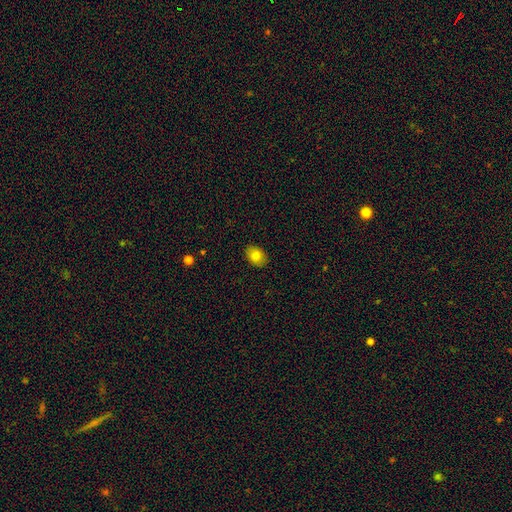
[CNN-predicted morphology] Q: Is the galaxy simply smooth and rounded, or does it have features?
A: smooth — 80%.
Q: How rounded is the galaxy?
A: in between — 72%.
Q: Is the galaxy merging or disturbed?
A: none — 88%.